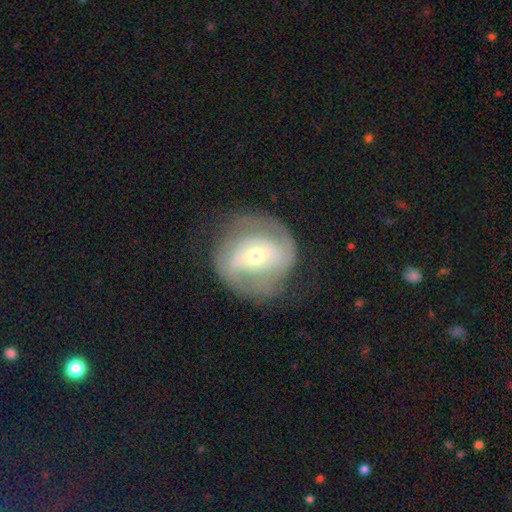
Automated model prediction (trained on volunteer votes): A featured or disk galaxy (75%) with no bar (38%), 2 (71%) tight (47%) spiral arms (83%) and a moderate central bulge (48%).

Vote fractions:
- Smooth or featured? featured or disk: 75% / smooth: 19% / star or artifact: 6%
- Edge-on disk? no: 96% / yes: 4%
- Bar? no: 38% / weak: 36% / strong: 26%
- Spiral arms? yes: 83% / no: 17%
- Spiral winding? tight: 47% / medium: 38% / loose: 15%
- Spiral arm count? 2: 71% / can't tell: 16% / 1: 6% / 3: 4% / 4: 2% / more than 4: 1%
- Bulge size? moderate: 48% / small: 47% / large: 4% / dominant: 1% / none: 1%
- Merging? none: 68% / minor disturbance: 18% / major disturbance: 12% / merger: 1%